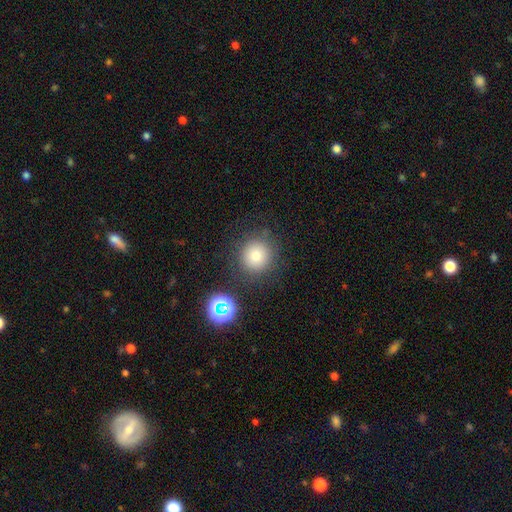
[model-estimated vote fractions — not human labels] Smooth or featured: smooth — 77% (star or artifact — 14%)
How rounded: round — 90% (in between — 9%)
Merging: none — 81% (minor disturbance — 10%)